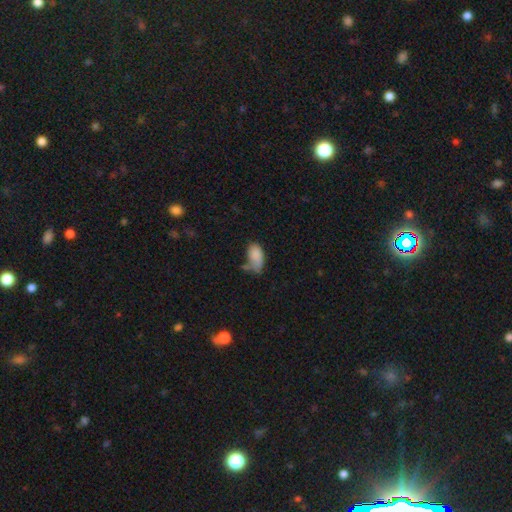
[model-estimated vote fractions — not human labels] Smooth or featured? Predicted: smooth (p=0.82). How rounded? Predicted: in between (p=0.93). Merging? Predicted: none (p=0.37).